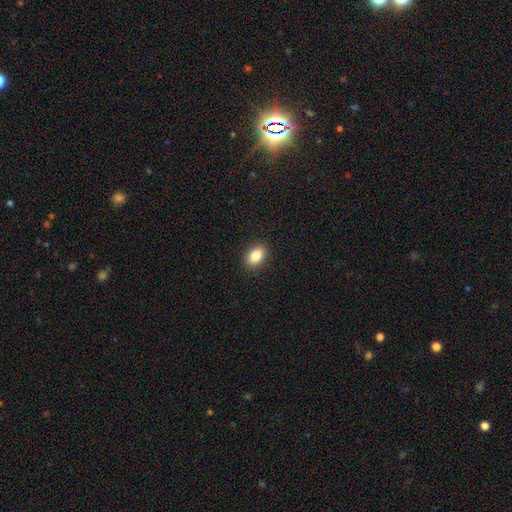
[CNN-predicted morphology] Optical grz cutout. It shows a smooth galaxy with no disk features (86%) that is in between round and cigar-shaped (85%). Merging: none (90%).